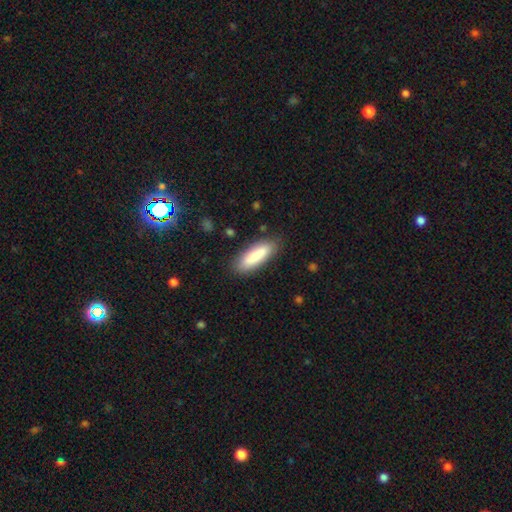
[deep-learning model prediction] A smooth galaxy with no disk features (84%) that is cigar-shaped (52%). Merging: none (85%).